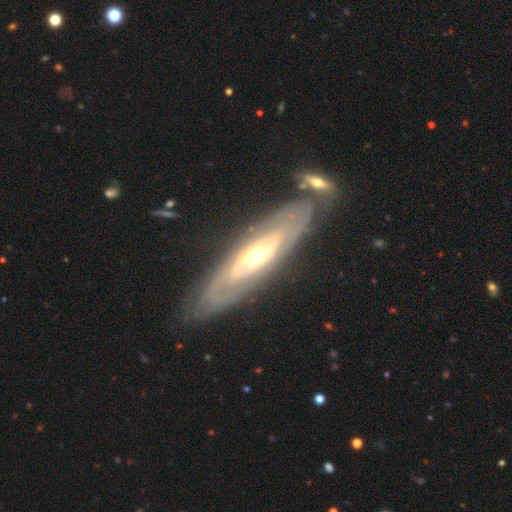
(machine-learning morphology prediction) The model was most divided on "bulge size": moderate: 48%, small: 47%, large: 3%, dominant: 1%, none: 1%. More confident: smooth or featured — featured or disk (84%); spiral arms — yes (81%); merging — none (77%); edge-on disk — no (76%); spiral winding — tight (74%); bar — no (63%); spiral arm count — can't tell (58%).